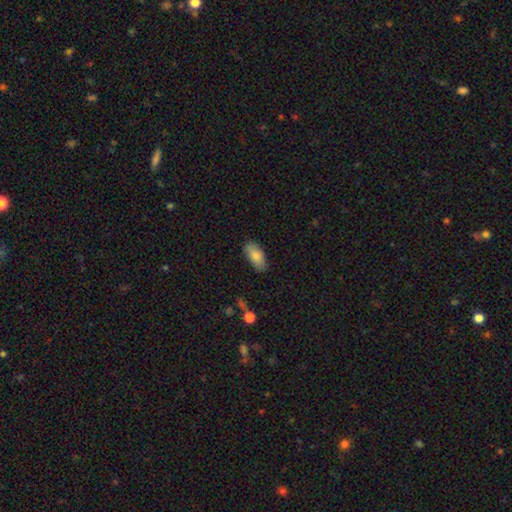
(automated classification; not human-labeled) Morphology: type=smooth (84%); roundness=in between (90%); merging=none (83%).